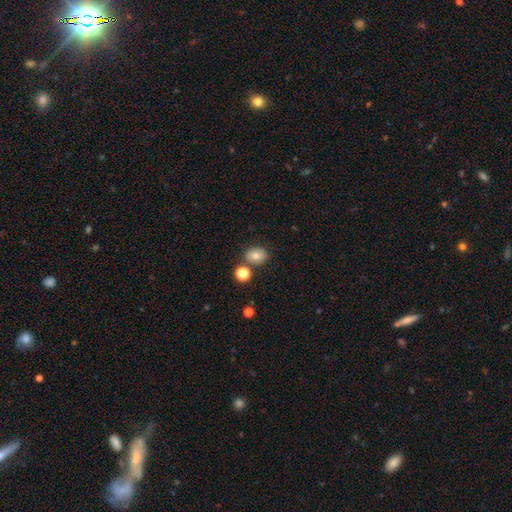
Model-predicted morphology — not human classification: A smooth galaxy with no disk features (77%) that is round (54%).

Vote fractions:
- Smooth or featured? smooth: 77% / star or artifact: 12% / featured or disk: 11%
- How rounded? round: 54% / in between: 45% / cigar-shaped: 1%
- Merging? none: 75% / merger: 11% / minor disturbance: 11% / major disturbance: 3%